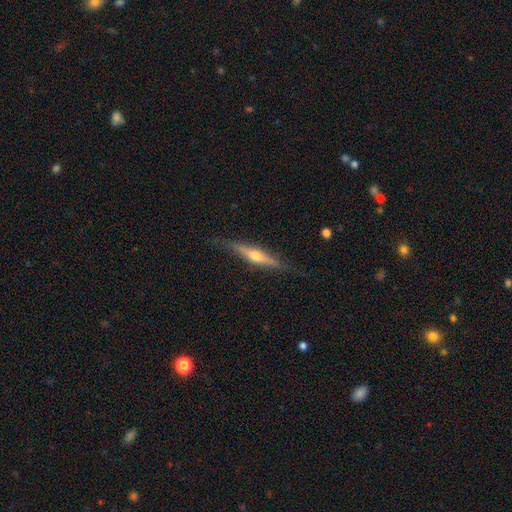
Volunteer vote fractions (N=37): Q: Smooth or featured?
A: featured or disk (76%); runner-up: smooth (22%)
Q: Edge-on disk?
A: yes (96%); runner-up: no (4%)
Q: Edge-on bulge?
A: rounded (93%); runner-up: none (7%)
Q: Merging?
A: none (89%); runner-up: minor disturbance (11%)